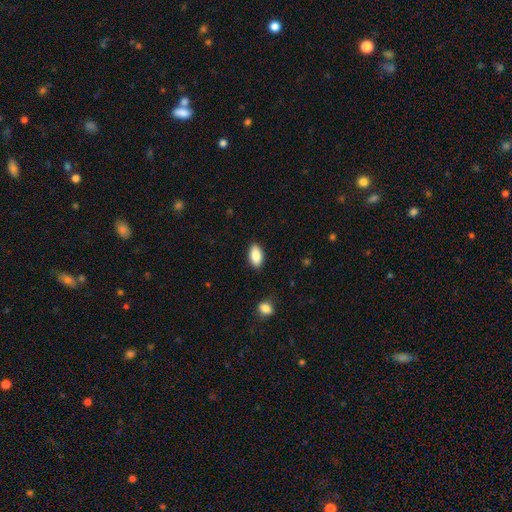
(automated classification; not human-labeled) smooth_or_featured: smooth (p=0.87) [alt: star or artifact p=0.07]
how_rounded: in between (p=0.92) [alt: cigar-shaped p=0.04]
merging: none (p=0.88) [alt: minor disturbance p=0.08]